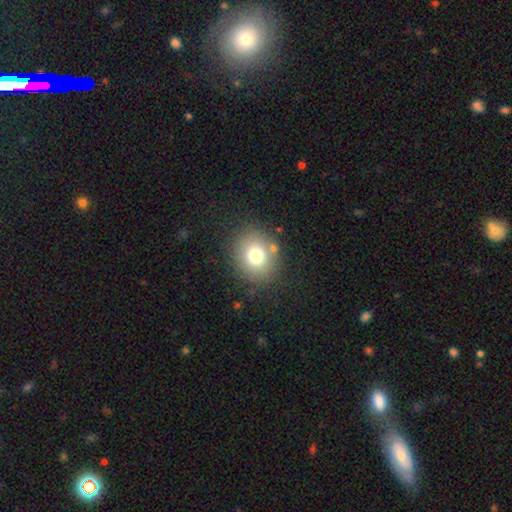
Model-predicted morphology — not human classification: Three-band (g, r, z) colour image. It shows a smooth galaxy with no disk features (74%) that is round (72%). Merging: none (83%).